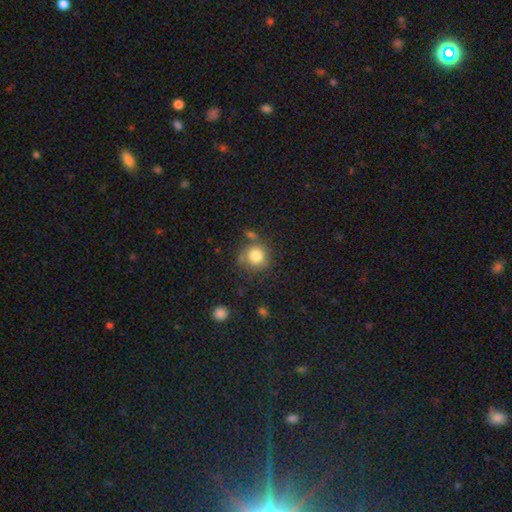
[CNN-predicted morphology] Smooth or featured? smooth (80%)
How rounded? round (87%)
Merging? none (65%)